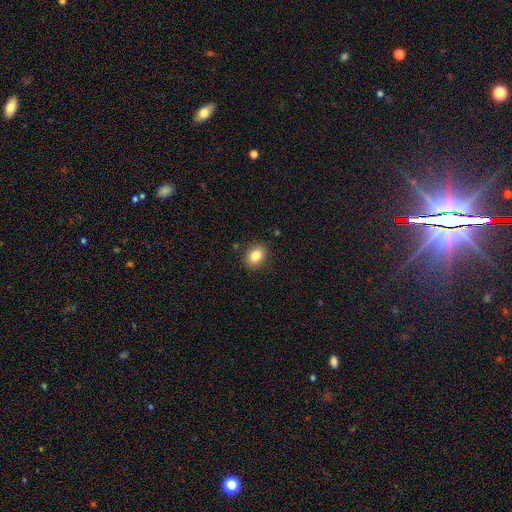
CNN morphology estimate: This appears to be a smooth galaxy with no disk features (84%) that is in between round and cigar-shaped (62%). Merging: none (87%).